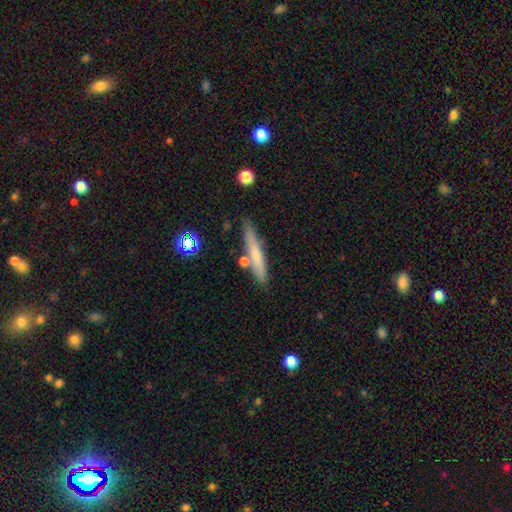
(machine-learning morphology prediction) The model was most divided on "smooth or featured": smooth: 62%, featured or disk: 31%, star or artifact: 8%. More confident: how rounded — cigar-shaped (91%); merging — none (76%).